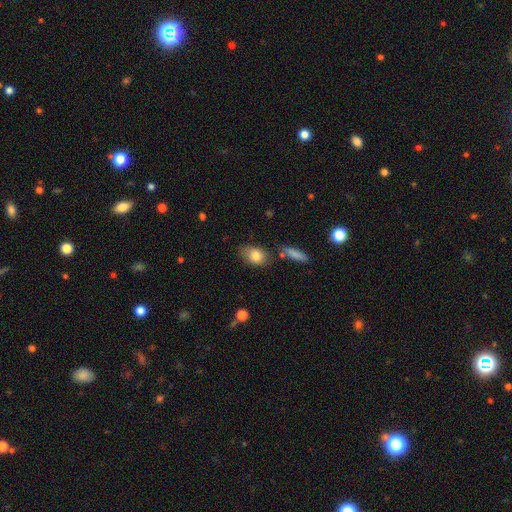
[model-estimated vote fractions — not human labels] Smooth or featured?
  - smooth: 82% *
  - featured or disk: 10%
  - star or artifact: 8%
How rounded?
  - in between: 82% *
  - round: 15%
  - cigar-shaped: 3%
Merging?
  - none: 72% *
  - minor disturbance: 17%
  - merger: 7%
  - major disturbance: 4%